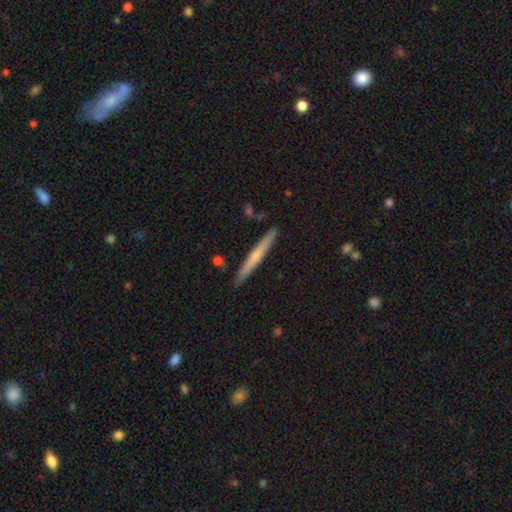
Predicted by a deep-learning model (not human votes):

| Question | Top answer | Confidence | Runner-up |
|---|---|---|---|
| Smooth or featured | smooth | 49% | featured or disk (46%) |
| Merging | none | 89% | minor disturbance (8%) |